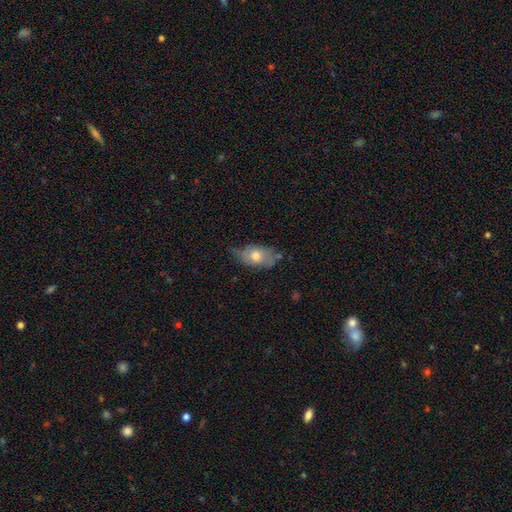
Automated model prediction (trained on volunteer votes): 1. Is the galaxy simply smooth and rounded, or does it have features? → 61% smooth, 31% featured or disk, 8% star or artifact.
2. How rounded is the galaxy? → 86% in between, 10% round, 4% cigar-shaped.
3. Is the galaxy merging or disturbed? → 51% none, 37% minor disturbance, 10% major disturbance, 3% merger.